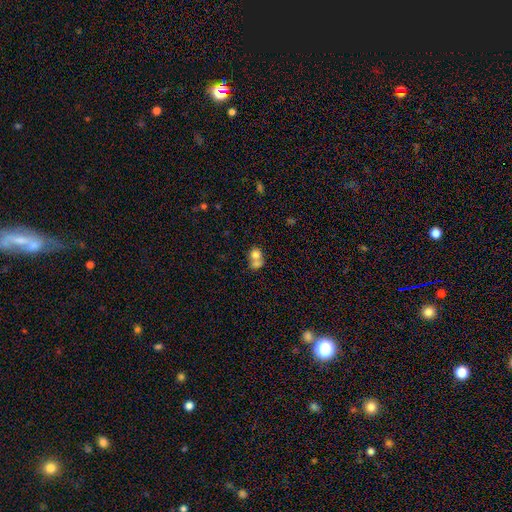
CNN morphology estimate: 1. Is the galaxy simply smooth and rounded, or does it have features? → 72% smooth, 17% featured or disk, 11% star or artifact.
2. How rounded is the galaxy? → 64% round, 35% in between, 1% cigar-shaped.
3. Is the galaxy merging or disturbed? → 61% merger, 26% none, 8% minor disturbance, 5% major disturbance.